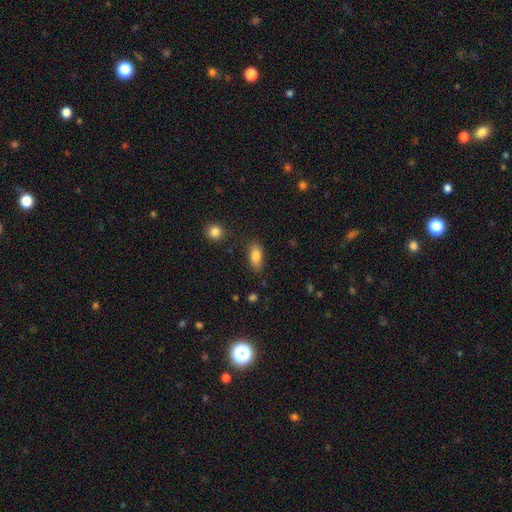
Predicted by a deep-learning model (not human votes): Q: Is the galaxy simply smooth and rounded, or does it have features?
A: smooth — 84%.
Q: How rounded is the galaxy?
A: in between — 88%.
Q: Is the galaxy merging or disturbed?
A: none — 79%.